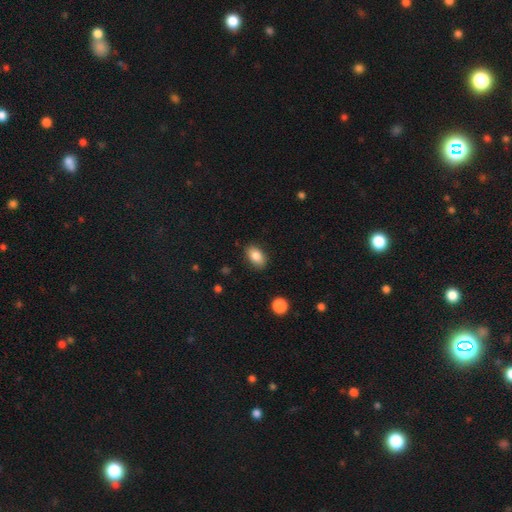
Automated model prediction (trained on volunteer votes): This appears to be a smooth galaxy with no disk features (84%) that is in between round and cigar-shaped (89%). Merging: none (87%).